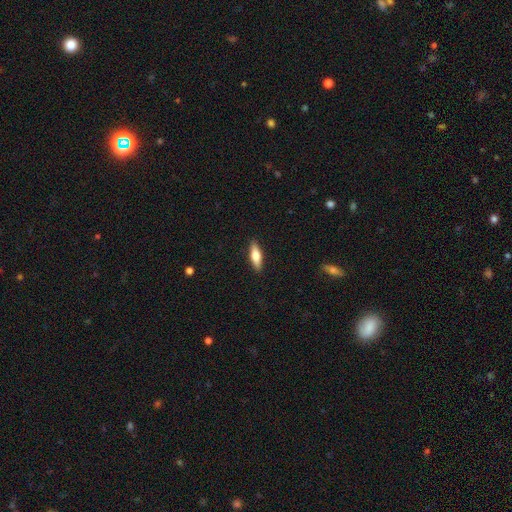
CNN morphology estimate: smooth 65%, featured or disk 29%, star or artifact 6%. Down the decision tree: how rounded — cigar-shaped (49%, tied with in between); merging — none (89%).